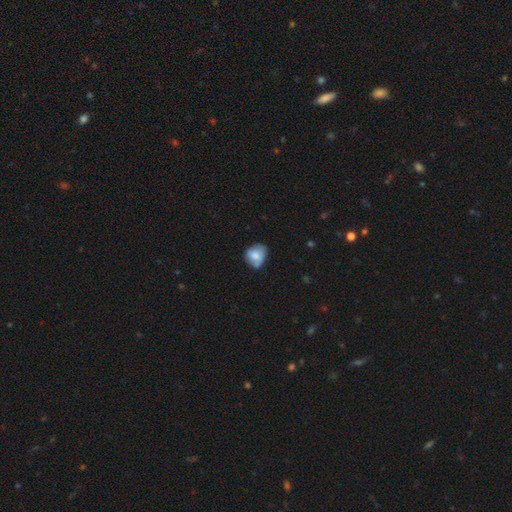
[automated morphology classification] Smooth or featured?
  - smooth: 70% *
  - featured or disk: 22%
  - star or artifact: 8%
How rounded?
  - round: 53% *
  - in between: 46%
  - cigar-shaped: 1%
Merging?
  - none: 41% *
  - minor disturbance: 37%
  - major disturbance: 11%
  - merger: 11%